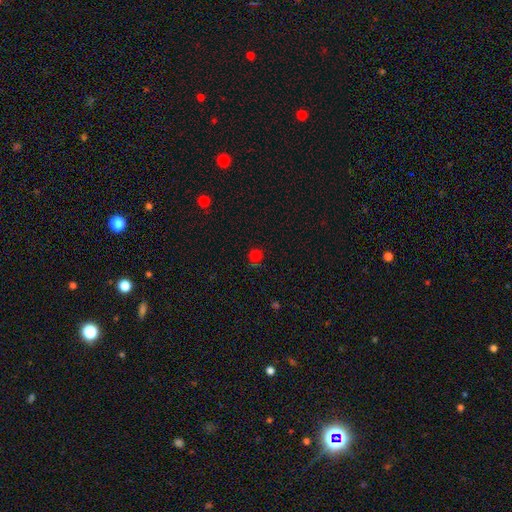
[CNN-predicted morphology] Smooth or featured?
  - smooth: 69% *
  - star or artifact: 26%
  - featured or disk: 5%
How rounded?
  - round: 90% *
  - in between: 9%
  - cigar-shaped: 1%
Merging?
  - none: 78% *
  - minor disturbance: 13%
  - merger: 5%
  - major disturbance: 5%